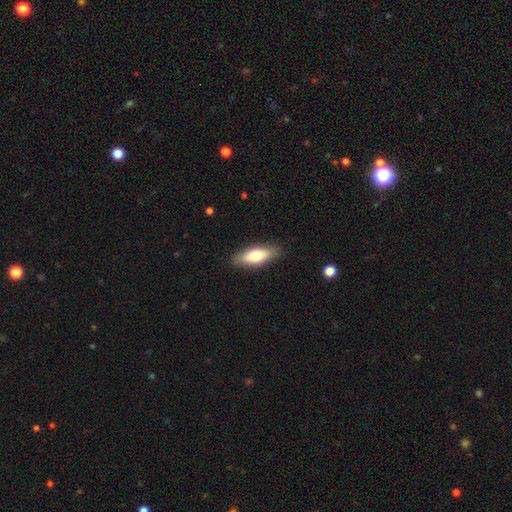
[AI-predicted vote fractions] Q: Smooth or featured?
A: smooth (67%); runner-up: featured or disk (27%)
Q: How rounded?
A: in between (71%); runner-up: cigar-shaped (26%)
Q: Merging?
A: none (86%); runner-up: minor disturbance (10%)